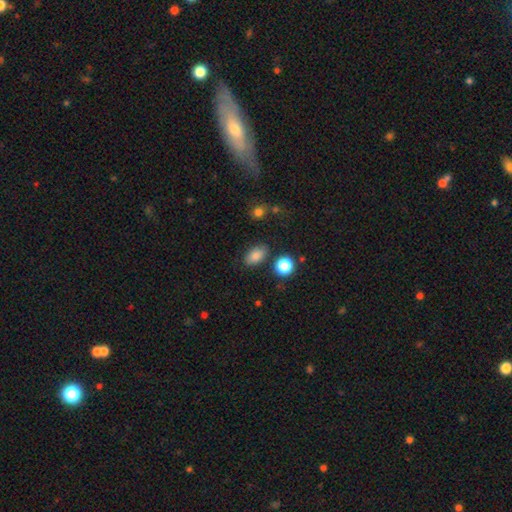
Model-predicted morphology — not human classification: Smooth or featured: smooth — 84% (star or artifact — 10%)
How rounded: in between — 87% (round — 10%)
Merging: none — 82% (minor disturbance — 11%)